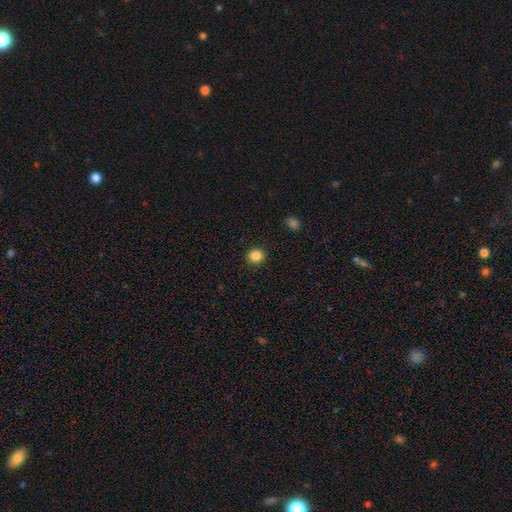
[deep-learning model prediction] A smooth galaxy with no disk features (85%) that is round (85%).

Vote fractions:
- Smooth or featured? smooth: 85% / star or artifact: 11% / featured or disk: 4%
- How rounded? round: 85% / in between: 14% / cigar-shaped: 1%
- Merging? none: 91% / minor disturbance: 6% / major disturbance: 2% / merger: 1%